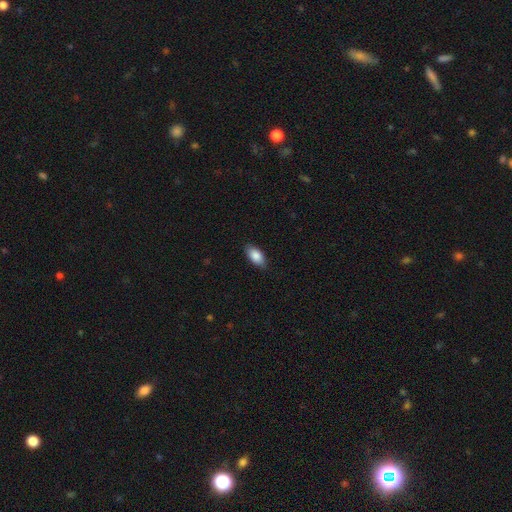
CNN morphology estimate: type=smooth (86%); roundness=in between (92%); merging=none (85%).